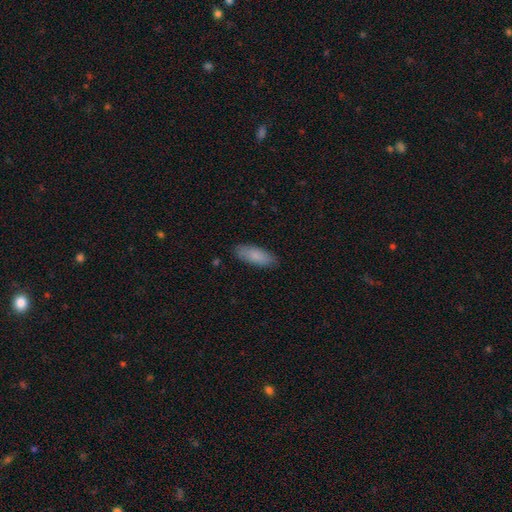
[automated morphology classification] smooth-or-featured: smooth: 86% | featured or disk: 9% | star or artifact: 6%
  how-rounded: in between: 73% | cigar-shaped: 25% | round: 2%
  merging: none: 86% | minor disturbance: 11% | major disturbance: 2% | merger: 1%